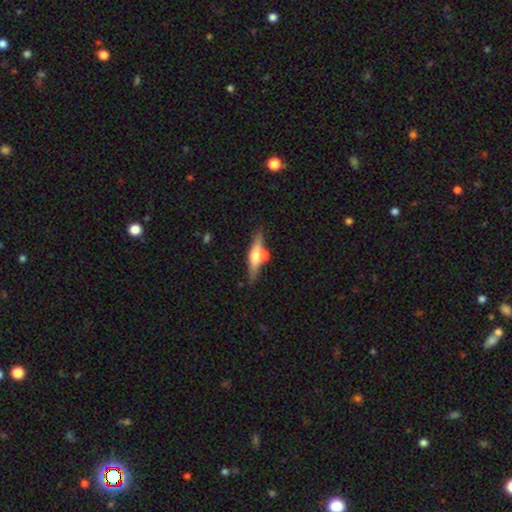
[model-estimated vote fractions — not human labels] smooth_or_featured: featured or disk (p=0.59) [alt: smooth p=0.35]
disk_edge_on: yes (p=0.92) [alt: no p=0.08]
edge_on_bulge: rounded (p=0.88) [alt: boxy p=0.07]
merging: none (p=0.64) [alt: merger p=0.18]